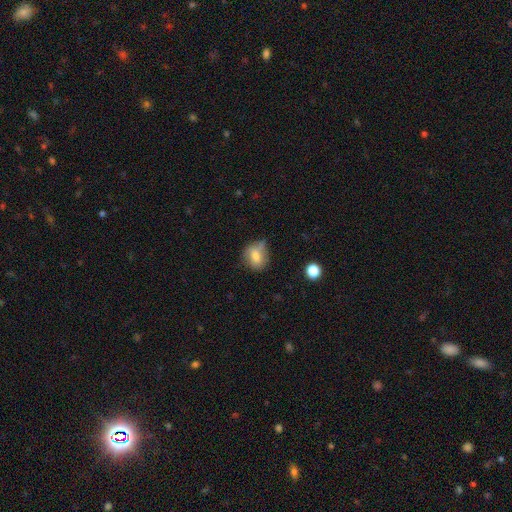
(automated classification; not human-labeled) Q: Smooth or featured?
A: smooth (72%); runner-up: featured or disk (17%)
Q: How rounded?
A: round (64%); runner-up: in between (35%)
Q: Merging?
A: none (53%); runner-up: minor disturbance (33%)